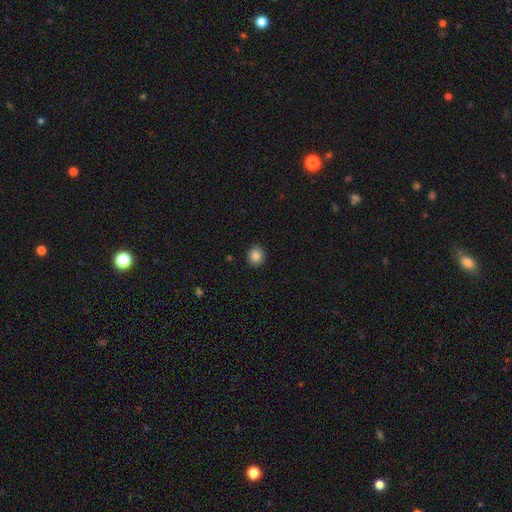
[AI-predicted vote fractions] Morphology: type=smooth (86%); roundness=round (83%); merging=none (91%).